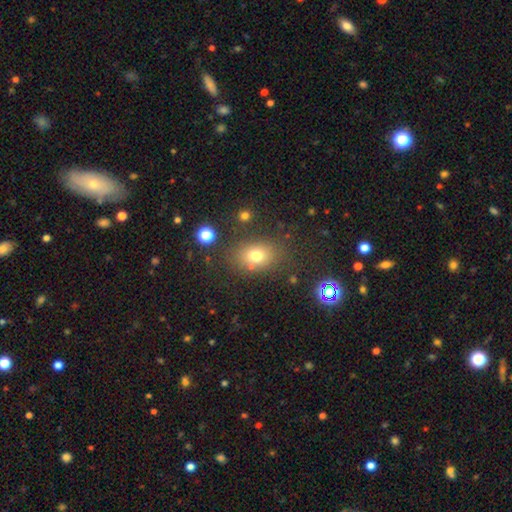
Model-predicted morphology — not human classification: type=smooth (73%); roundness=in between (61%); merging=none (76%).